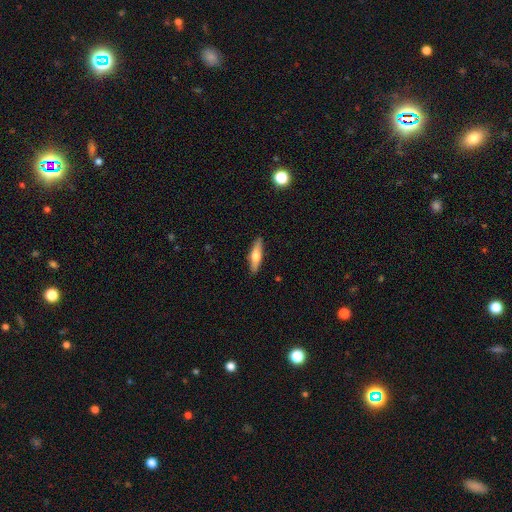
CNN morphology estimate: Smooth or featured?
  - smooth: 53% *
  - featured or disk: 41%
  - star or artifact: 6%
How rounded?
  - cigar-shaped: 72% *
  - in between: 26%
  - round: 2%
Merging?
  - none: 89% *
  - minor disturbance: 8%
  - major disturbance: 2%
  - merger: 1%